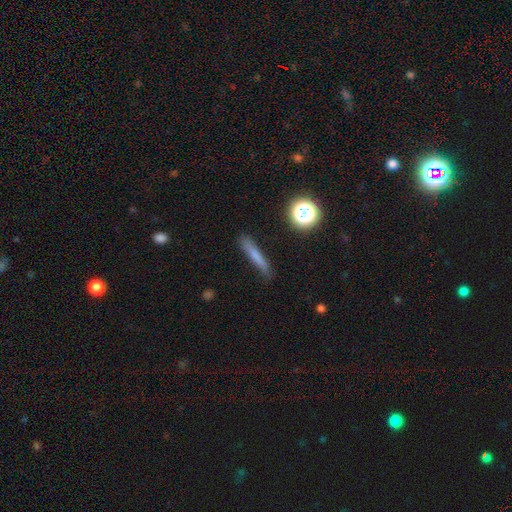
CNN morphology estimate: A smooth galaxy with no disk features (69%) that is cigar-shaped (89%).

Vote fractions:
- Smooth or featured? smooth: 69% / featured or disk: 20% / star or artifact: 11%
- How rounded? cigar-shaped: 89% / in between: 6% / round: 4%
- Merging? none: 79% / minor disturbance: 15% / major disturbance: 4% / merger: 2%